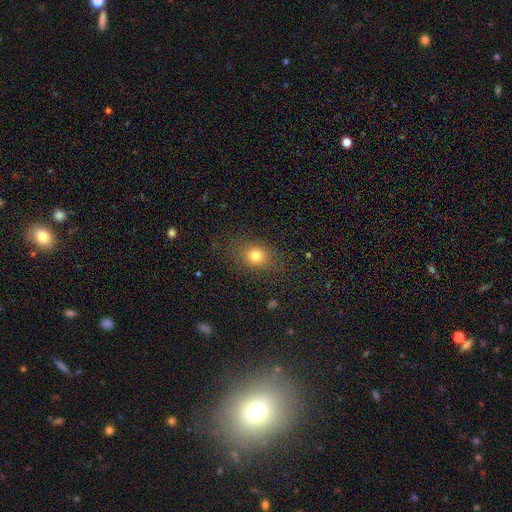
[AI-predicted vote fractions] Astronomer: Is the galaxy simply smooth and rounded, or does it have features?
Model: smooth — 78%.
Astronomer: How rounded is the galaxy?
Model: round — 55% (runner-up: in between, 44%).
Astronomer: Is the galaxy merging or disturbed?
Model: none — 83%.